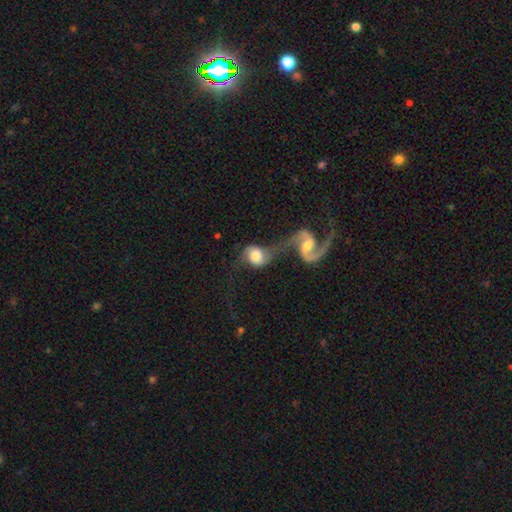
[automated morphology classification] featured or disk 56%, smooth 37%, star or artifact 7%. Down the decision tree: edge-on disk — no (96%); bar — no (50%); spiral arms — yes (85%); bulge size — large (37%); merging — merger (76%).